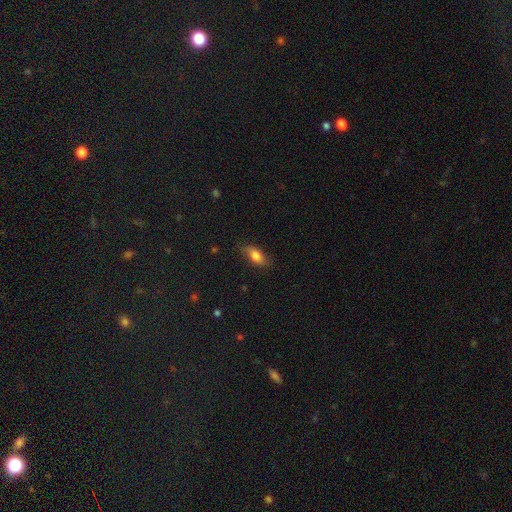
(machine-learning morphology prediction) The model was most divided on "merging": none: 76%, minor disturbance: 19%, major disturbance: 4%, merger: 1%. More confident: how rounded — in between (81%); smooth or featured — smooth (77%).